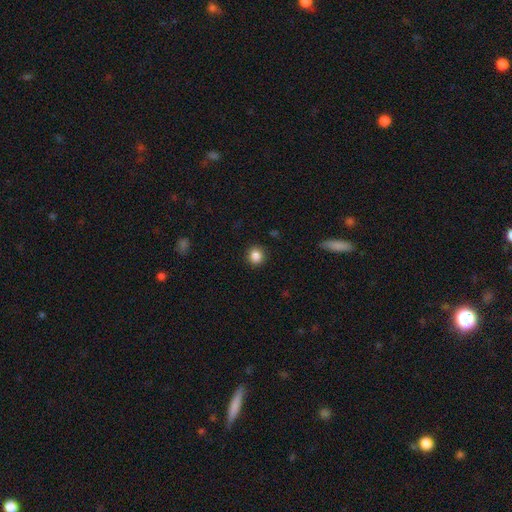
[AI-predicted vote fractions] This appears to be a smooth galaxy with no disk features (86%) that is round (90%). Merging: none (91%).